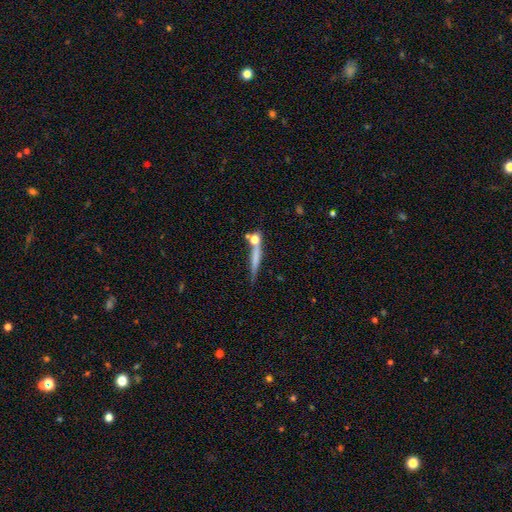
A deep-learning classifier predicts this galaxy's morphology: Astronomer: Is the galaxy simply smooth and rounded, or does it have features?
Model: smooth — 52% (runner-up: featured or disk, 38%).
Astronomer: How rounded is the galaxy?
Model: cigar-shaped — 89%.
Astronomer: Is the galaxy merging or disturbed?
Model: none — 63%.